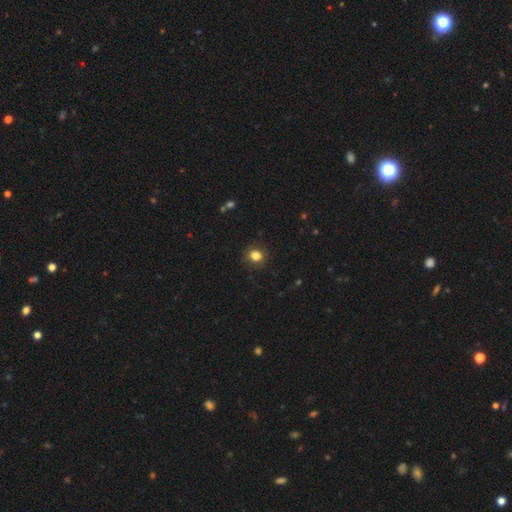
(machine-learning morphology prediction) This appears to be a smooth galaxy with no disk features (84%) that is round (75%). Merging: none (87%).